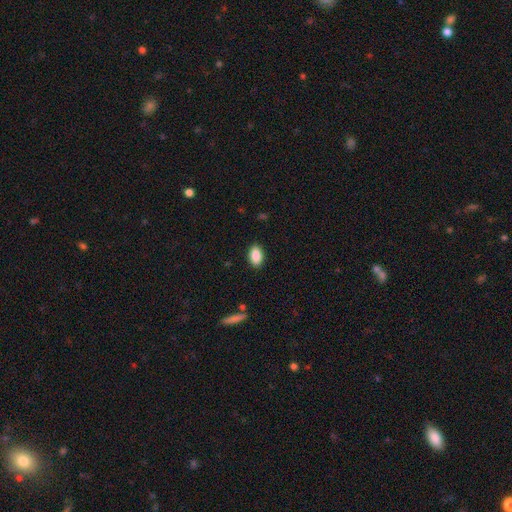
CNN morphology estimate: Overall: smooth (89%). How rounded: in between (91%). Merging: none (88%).